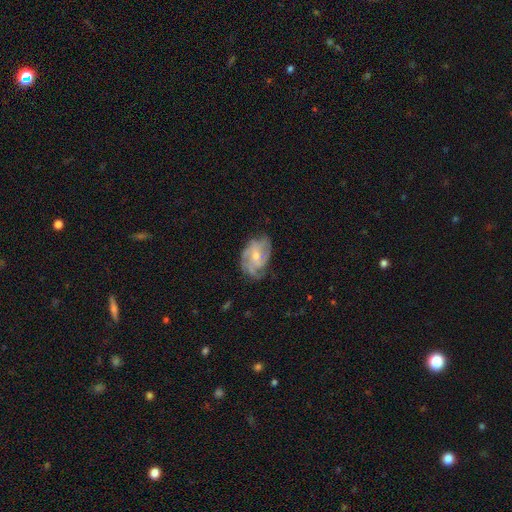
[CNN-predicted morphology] This is likely a featured or disk galaxy (80%). It is clearly not viewed edge-on (97%). Bar: possibly no (56%). Spiral arm pattern: clearly yes (93%). Spiral arm count: marginally 3 (32%). Spiral winding: marginally medium (43%). Central bulge: likely small (60%). Merging: likely none (65%).